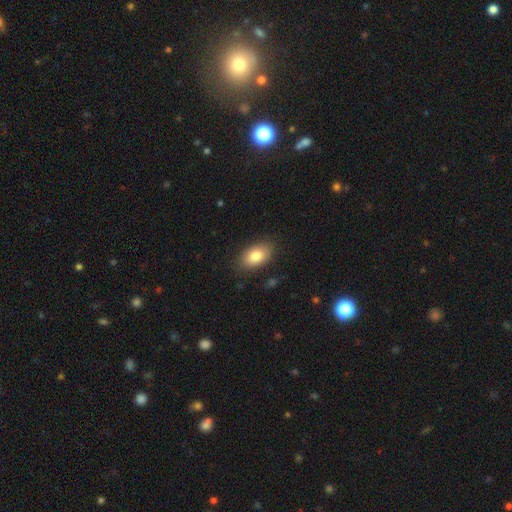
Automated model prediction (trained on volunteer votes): Smooth or featured: smooth — 83% (featured or disk — 10%)
How rounded: in between — 92% (round — 6%)
Merging: none — 85% (minor disturbance — 11%)